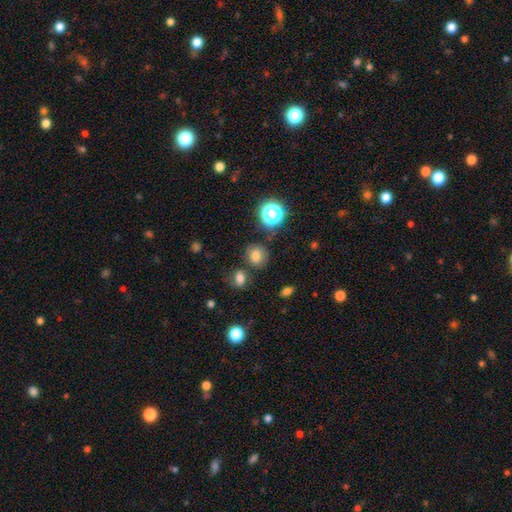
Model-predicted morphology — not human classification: Smooth or featured? Predicted: smooth (p=0.75). How rounded? Predicted: round (p=0.77). Merging? Predicted: none (p=0.77).